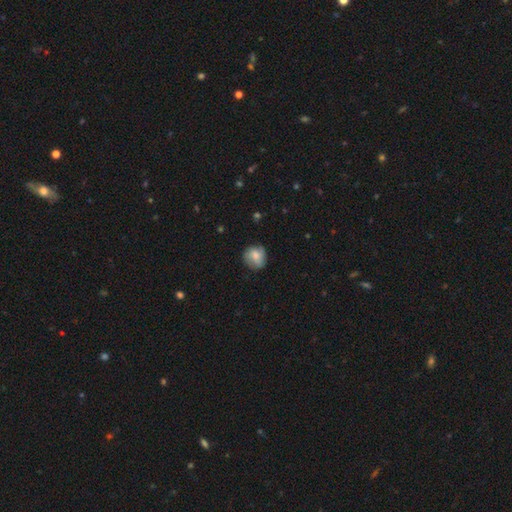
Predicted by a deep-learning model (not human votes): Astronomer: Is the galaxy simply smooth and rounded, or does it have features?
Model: smooth — 67%.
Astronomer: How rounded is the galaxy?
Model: round — 79%.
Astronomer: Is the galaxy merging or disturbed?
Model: none — 71%.